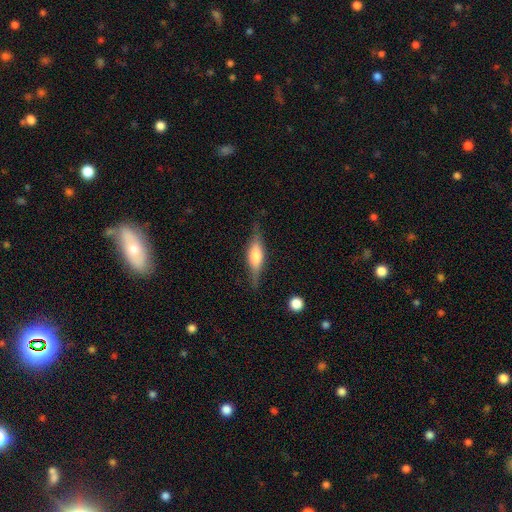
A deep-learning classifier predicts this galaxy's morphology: Q: Smooth or featured?
A: featured or disk (60%); runner-up: smooth (34%)
Q: Edge-on disk?
A: yes (94%); runner-up: no (6%)
Q: Edge-on bulge?
A: rounded (76%); runner-up: boxy (20%)
Q: Merging?
A: none (80%); runner-up: minor disturbance (14%)